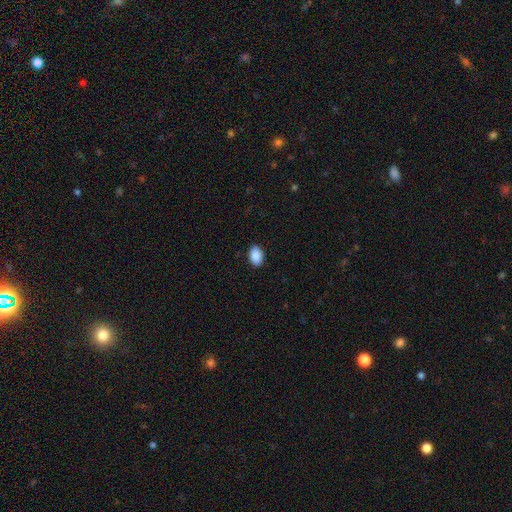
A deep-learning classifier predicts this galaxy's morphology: This appears to be a smooth galaxy with no disk features (90%) that is in between round and cigar-shaped (85%). Merging: none (90%).